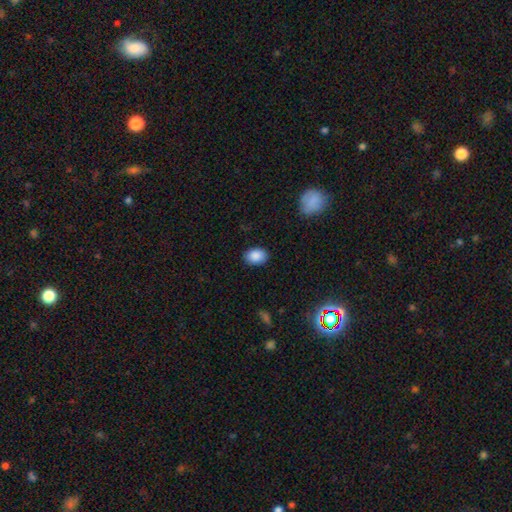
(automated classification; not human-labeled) Smooth or featured? Predicted: smooth (p=0.88). How rounded? Predicted: in between (p=0.79). Merging? Predicted: none (p=0.87).